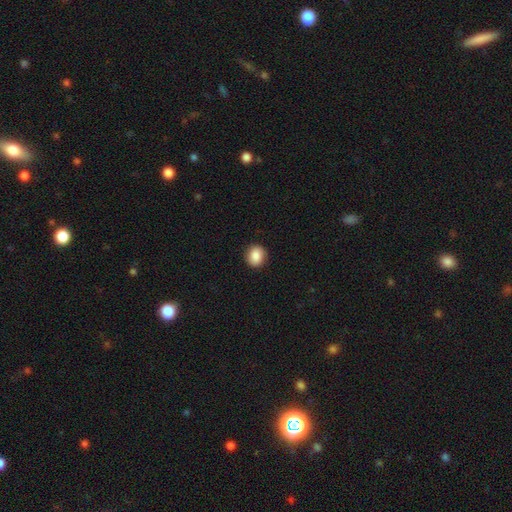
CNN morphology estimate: A smooth galaxy with no disk features (87%) that is round (69%).

Vote fractions:
- Smooth or featured? smooth: 87% / star or artifact: 8% / featured or disk: 5%
- How rounded? round: 69% / in between: 30% / cigar-shaped: 1%
- Merging? none: 89% / minor disturbance: 8% / major disturbance: 2% / merger: 1%